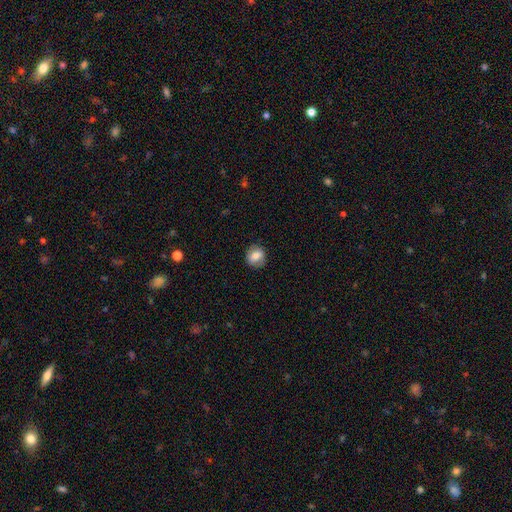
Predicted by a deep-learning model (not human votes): Overall: smooth (75%). How rounded: round (76%). Merging: none (84%).